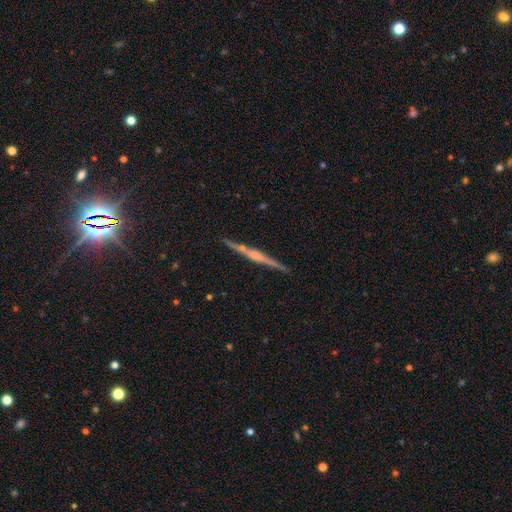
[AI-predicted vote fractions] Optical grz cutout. It shows a featured or disk galaxy (77%) viewed edge-on (98%) with a rounded central bulge (57%). Merging: none (90%).